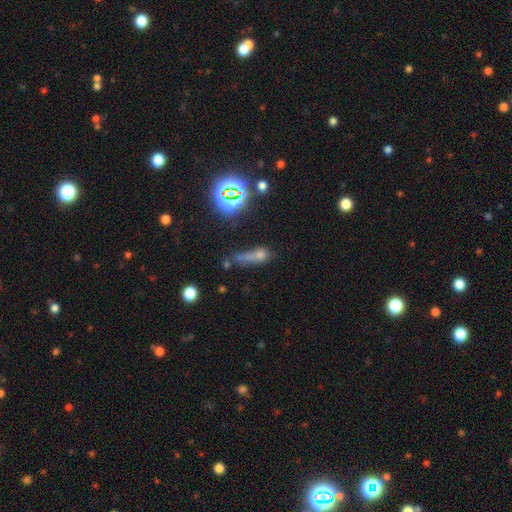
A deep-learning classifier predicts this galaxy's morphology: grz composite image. It shows a smooth galaxy with no disk features (50%). Merging: none (37%).